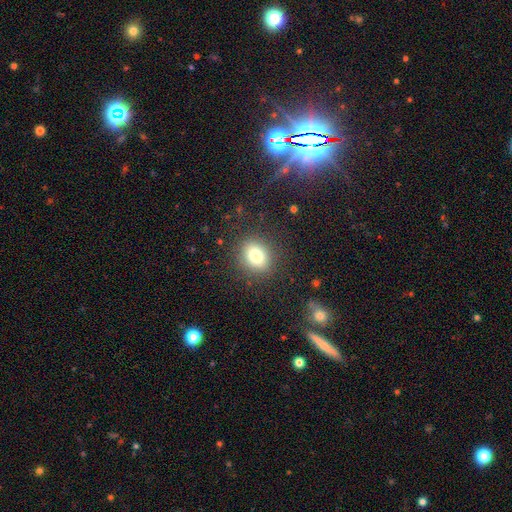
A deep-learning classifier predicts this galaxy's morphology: A smooth galaxy with no disk features (78%) that is round (64%).

Vote fractions:
- Smooth or featured? smooth: 78% / star or artifact: 12% / featured or disk: 10%
- How rounded? round: 64% / in between: 35% / cigar-shaped: 1%
- Merging? none: 87% / minor disturbance: 8% / major disturbance: 4% / merger: 1%